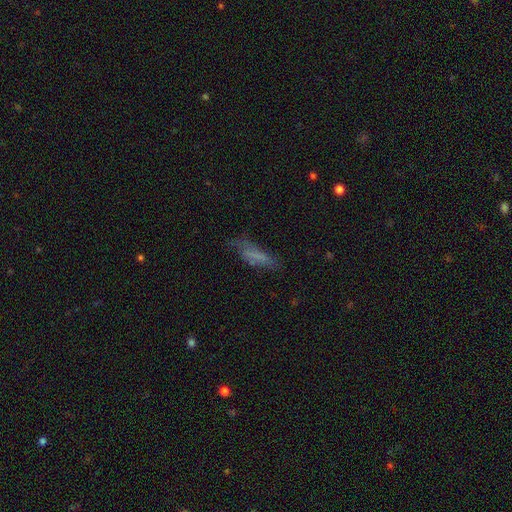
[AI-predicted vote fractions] This is possibly a smooth galaxy (58%). How rounded: likely cigar-shaped (62%). Merging: possibly none (51%).